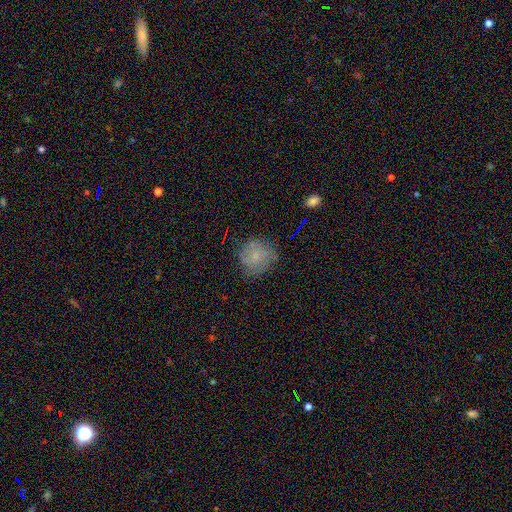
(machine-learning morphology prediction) smooth_or_featured: smooth (p=0.67) [alt: featured or disk p=0.22]
how_rounded: round (p=0.87) [alt: in between p=0.12]
merging: none (p=0.68) [alt: minor disturbance p=0.22]